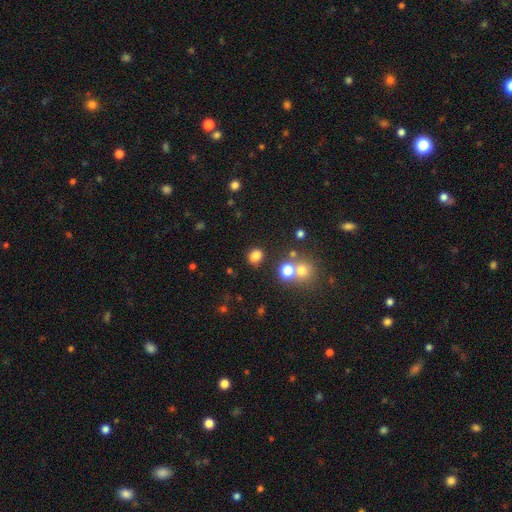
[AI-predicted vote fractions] A smooth galaxy with no disk features (79%) that is round (51%). Merging: none (75%).